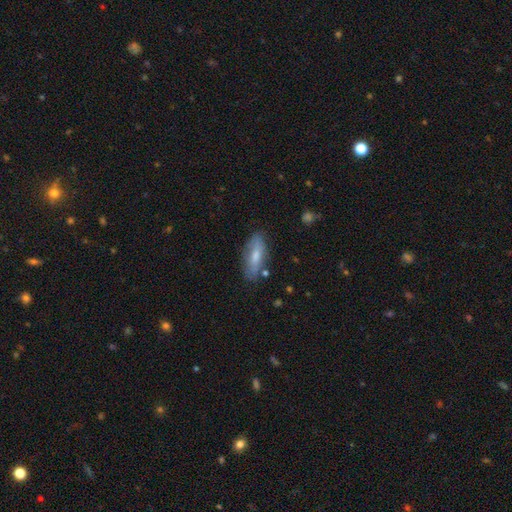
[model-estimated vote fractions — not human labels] Smooth or featured? Predicted: smooth (p=0.65). How rounded? Predicted: in between (p=0.68). Merging? Predicted: none (p=0.76).